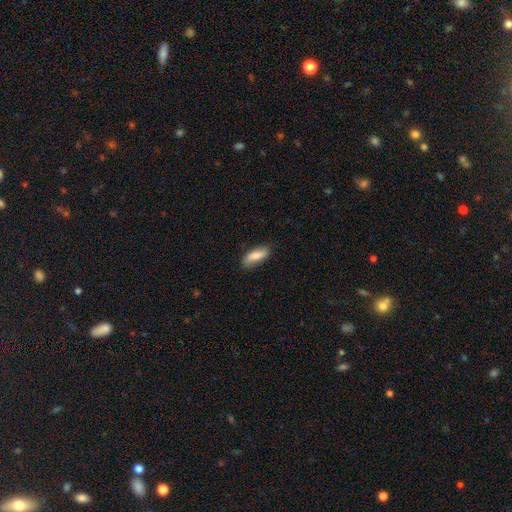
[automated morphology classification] A smooth galaxy with no disk features (80%) that is in between round and cigar-shaped (70%). Merging: none (79%).